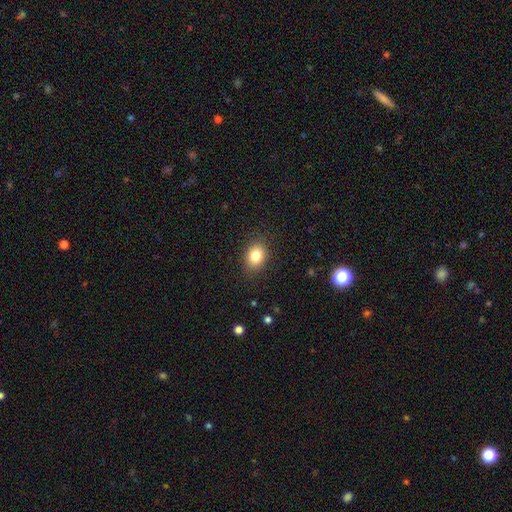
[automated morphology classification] This is clearly a smooth galaxy (84%). How rounded: likely in between (67%). Merging: clearly none (86%).